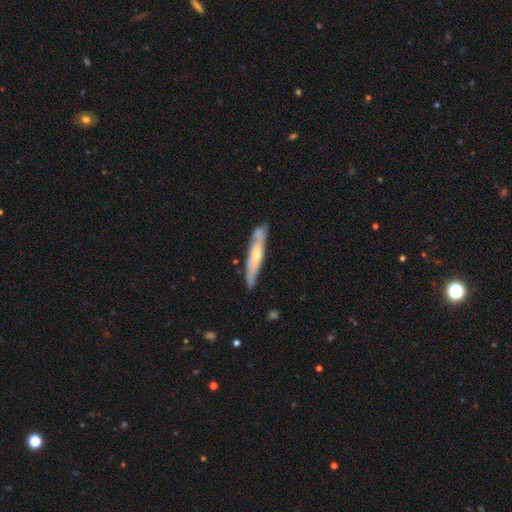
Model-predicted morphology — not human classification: A featured or disk galaxy (59%) viewed edge-on (67%).

Vote fractions:
- Smooth or featured? featured or disk: 59% / smooth: 36% / star or artifact: 5%
- Edge-on disk? yes: 67% / no: 33%
- Merging? none: 76% / minor disturbance: 18% / major disturbance: 3% / merger: 3%